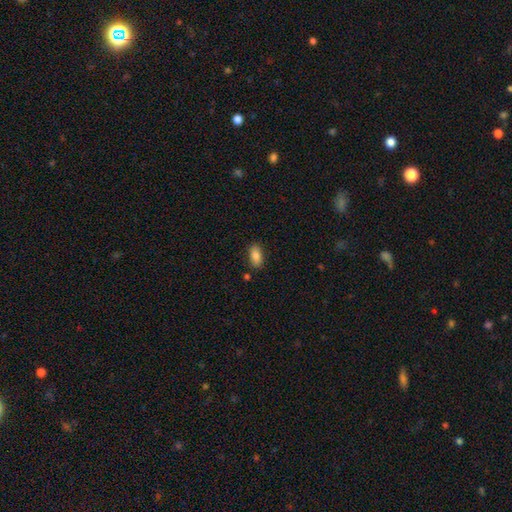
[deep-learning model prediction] Q: Smooth or featured?
A: smooth (84%); runner-up: featured or disk (8%)
Q: How rounded?
A: in between (90%); runner-up: cigar-shaped (6%)
Q: Merging?
A: none (84%); runner-up: minor disturbance (11%)